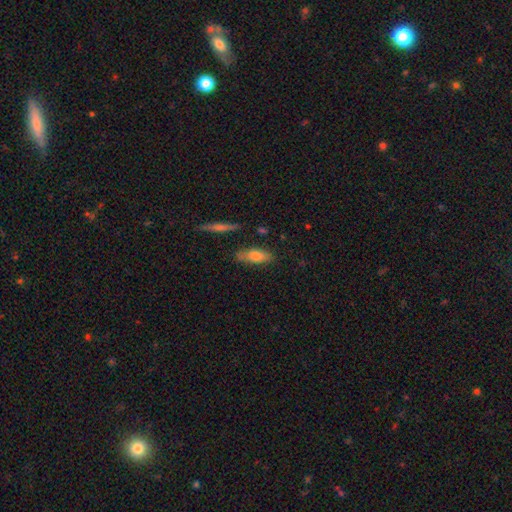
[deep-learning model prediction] Q: Smooth or featured?
A: smooth (71%); runner-up: featured or disk (21%)
Q: How rounded?
A: in between (62%); runner-up: cigar-shaped (35%)
Q: Merging?
A: none (75%); runner-up: minor disturbance (17%)